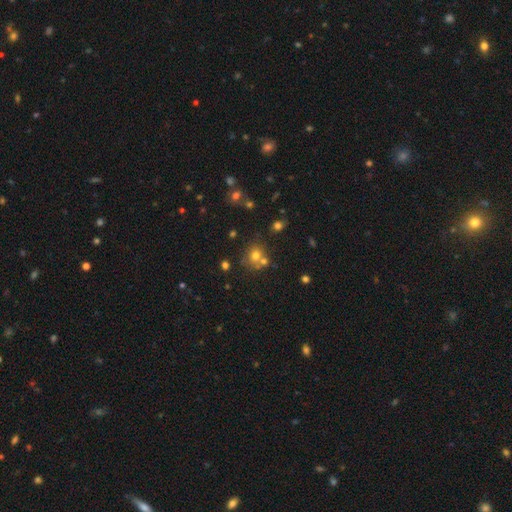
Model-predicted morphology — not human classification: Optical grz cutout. It shows a smooth galaxy with no disk features (67%) that is round (79%). Merging: none (56%).